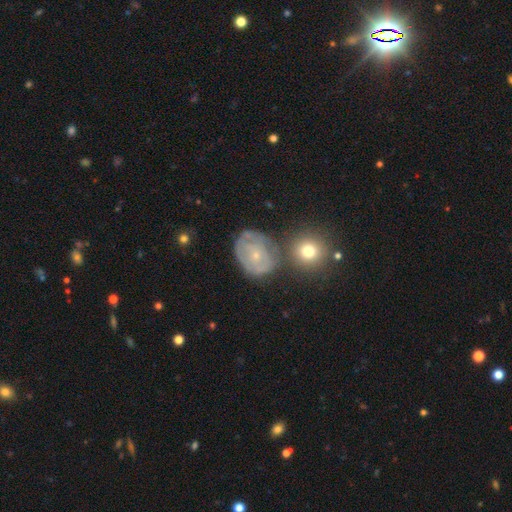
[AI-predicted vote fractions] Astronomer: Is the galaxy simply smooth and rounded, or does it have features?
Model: featured or disk — 61%.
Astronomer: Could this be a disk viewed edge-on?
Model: no — 96%.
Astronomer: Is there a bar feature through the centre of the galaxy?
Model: no — 82%.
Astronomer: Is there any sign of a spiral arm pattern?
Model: yes — 64%.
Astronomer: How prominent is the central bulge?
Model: small — 78%.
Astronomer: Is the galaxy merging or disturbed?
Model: none — 54%.